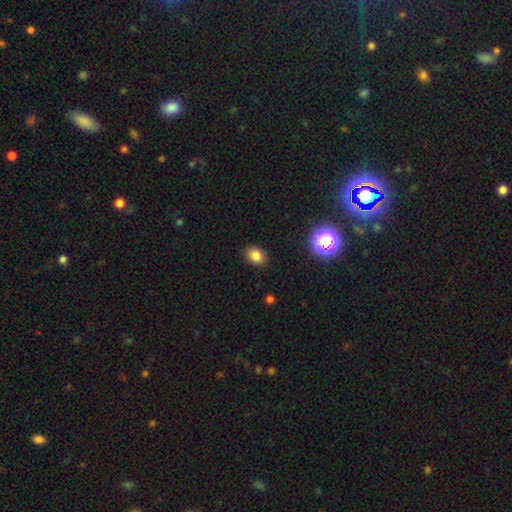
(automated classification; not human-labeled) The model was most divided on "how rounded": in between: 70%, round: 29%, cigar-shaped: 1%. More confident: merging — none (88%); smooth or featured — smooth (82%).